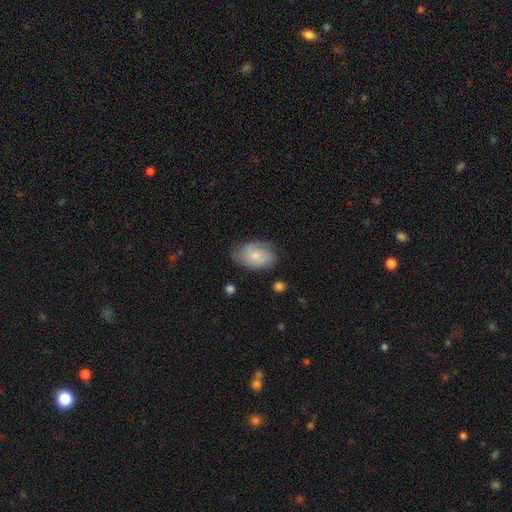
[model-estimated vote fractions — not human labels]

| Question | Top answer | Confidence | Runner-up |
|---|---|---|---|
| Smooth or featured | smooth | 61% | featured or disk (32%) |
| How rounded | in between | 83% | round (16%) |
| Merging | none | 63% | minor disturbance (27%) |